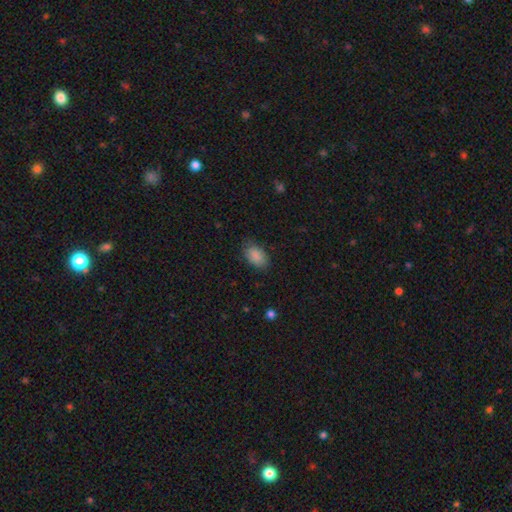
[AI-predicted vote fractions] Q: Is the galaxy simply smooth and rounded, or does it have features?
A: smooth — 88%.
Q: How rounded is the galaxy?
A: in between — 92%.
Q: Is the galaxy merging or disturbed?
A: none — 80%.